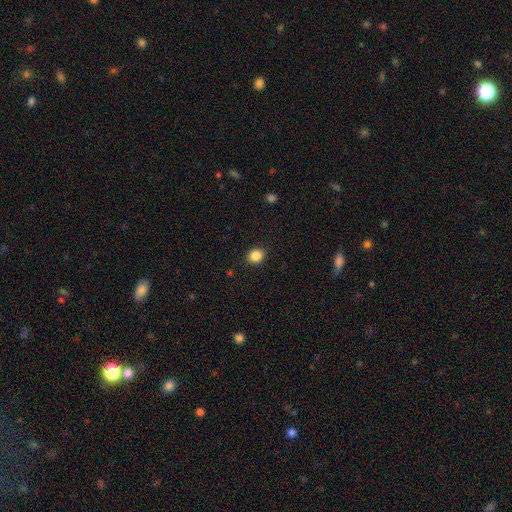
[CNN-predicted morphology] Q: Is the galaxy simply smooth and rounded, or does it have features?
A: smooth — 86%.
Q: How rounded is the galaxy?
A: round — 70%.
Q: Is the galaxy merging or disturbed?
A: none — 90%.